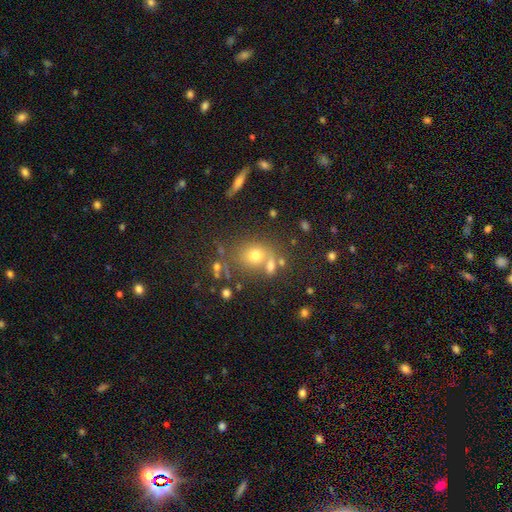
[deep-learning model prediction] smooth_or_featured: smooth (p=0.63) [alt: star or artifact p=0.21]
how_rounded: round (p=0.66) [alt: in between p=0.32]
merging: none (p=0.58) [alt: merger p=0.24]